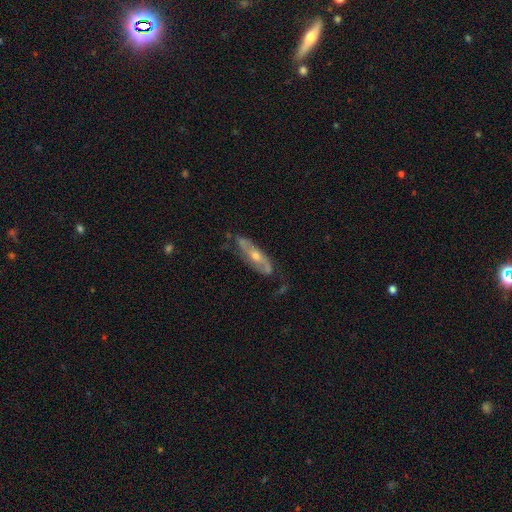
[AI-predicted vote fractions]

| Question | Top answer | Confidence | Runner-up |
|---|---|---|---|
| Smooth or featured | featured or disk | 70% | smooth (24%) |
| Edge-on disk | no | 70% | yes (30%) |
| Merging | none | 66% | minor disturbance (23%) |